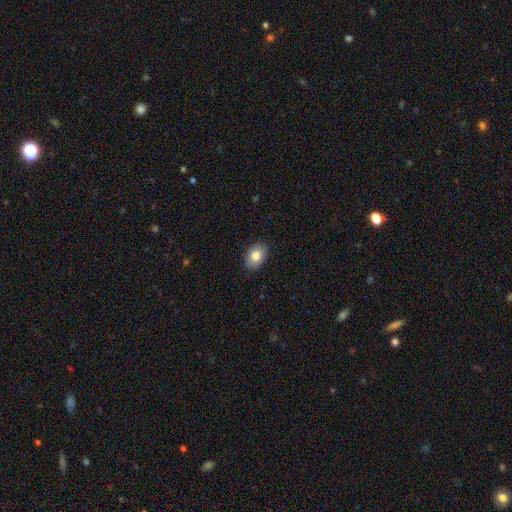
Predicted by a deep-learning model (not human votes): smooth-or-featured: smooth: 83% | featured or disk: 10% | star or artifact: 7%
  how-rounded: in between: 87% | round: 12% | cigar-shaped: 1%
  merging: none: 88% | minor disturbance: 10% | major disturbance: 2% | merger: 1%